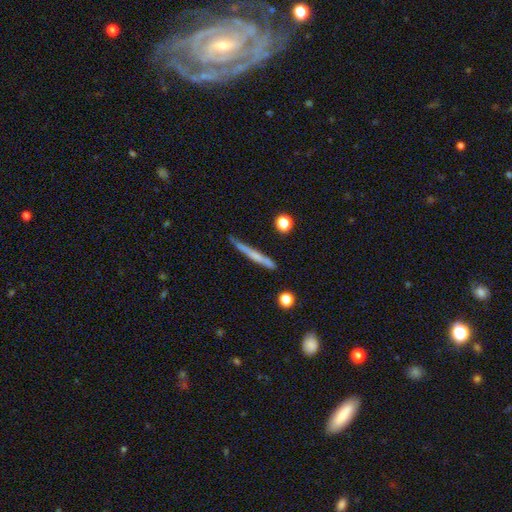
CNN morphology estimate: Overall: smooth (51%; featured or disk 42%). How rounded: cigar-shaped (96%). Merging: none (79%).